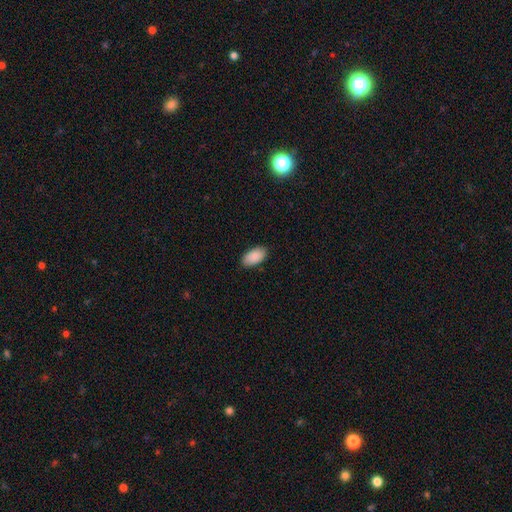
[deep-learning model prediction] Smooth or featured: smooth — 90% (star or artifact — 6%)
How rounded: in between — 96% (round — 3%)
Merging: none — 86% (minor disturbance — 11%)